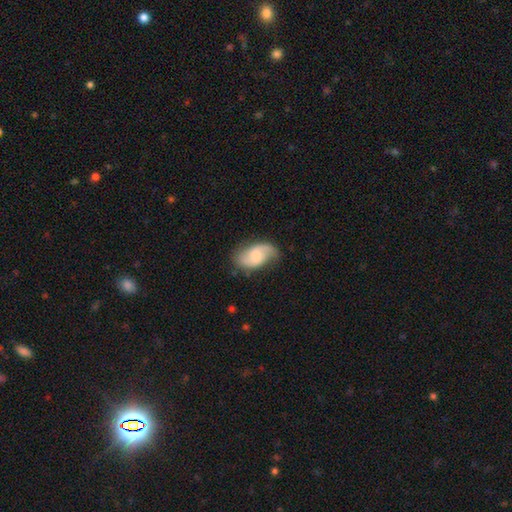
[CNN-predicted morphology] Overall: featured or disk (61%; smooth 33%). Edge-on disk: no (96%). Bar: no (55%; weak 38%). Spiral arms: yes (92%). Spiral arm count: 2 (84%). Spiral winding: loose (51%; medium 36%). Bulge size: small (41%; moderate 40%). Merging: none (69%).